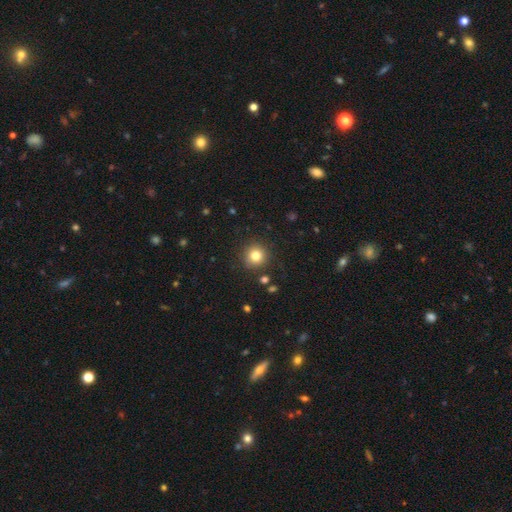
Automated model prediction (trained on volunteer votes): The model was most divided on "smooth or featured": smooth: 80%, star or artifact: 13%, featured or disk: 8%. More confident: how rounded — round (93%); merging — none (88%).